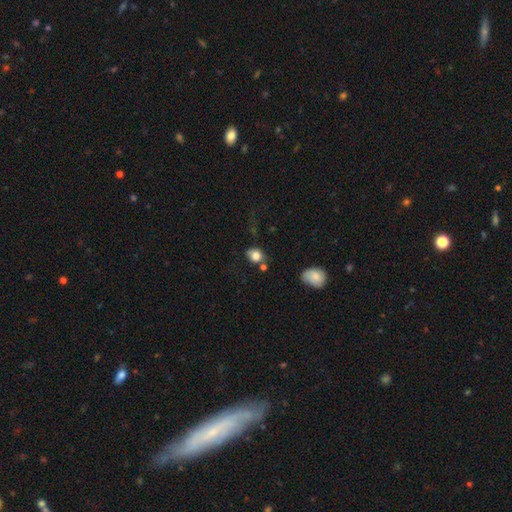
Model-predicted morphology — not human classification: The model was most divided on "how rounded": round: 60%, in between: 39%, cigar-shaped: 1%. More confident: smooth or featured — smooth (81%); merging — none (58%).